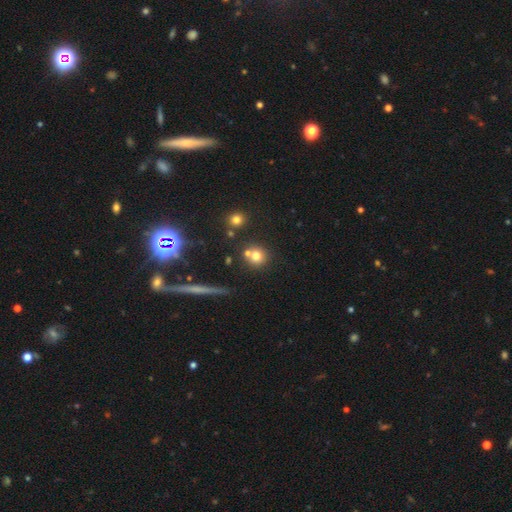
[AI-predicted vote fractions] This is likely a smooth galaxy (73%). How rounded: clearly round (89%). Merging: possibly none (59%).